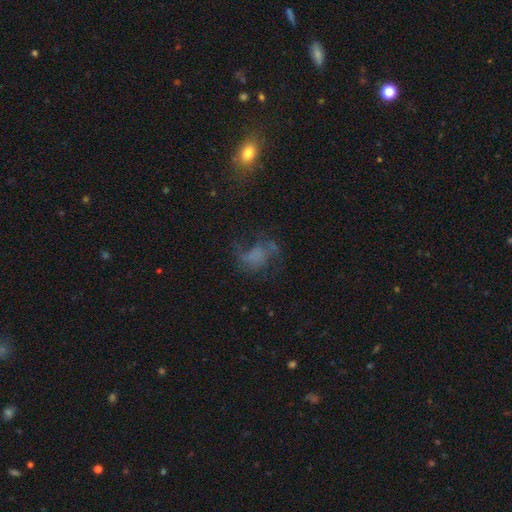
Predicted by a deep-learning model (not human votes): featured or disk 46%, smooth 35%, star or artifact 19%. Down the decision tree: merging — none (43%).